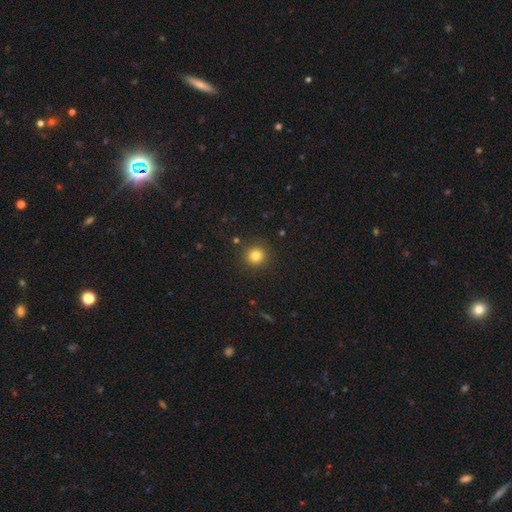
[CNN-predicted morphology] type=smooth (81%); roundness=round (93%); merging=none (89%).